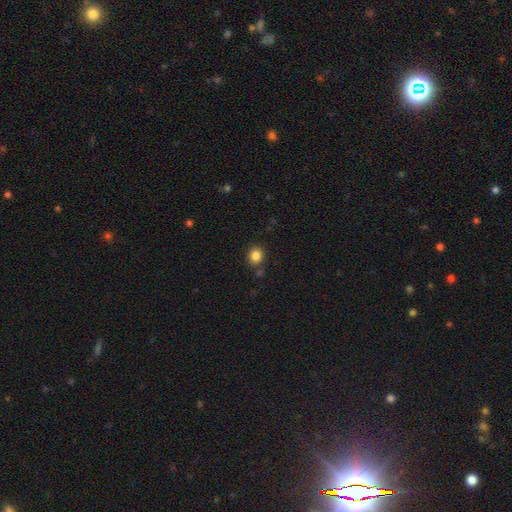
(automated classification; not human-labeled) smooth 85%, star or artifact 11%, featured or disk 4%. Down the decision tree: how rounded — round (81%); merging — none (82%).